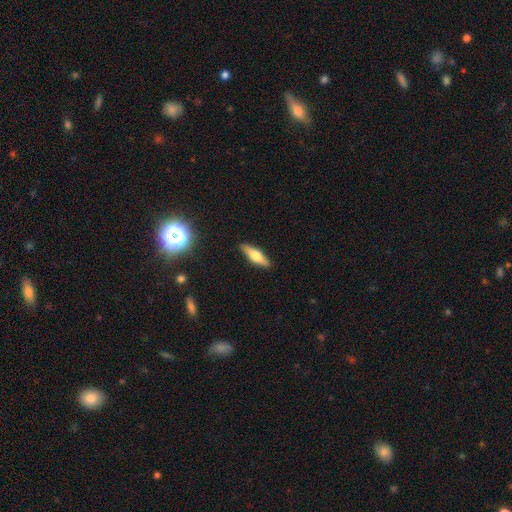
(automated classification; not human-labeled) Morphology: type=smooth (51%); roundness=cigar-shaped (59%); merging=none (89%).